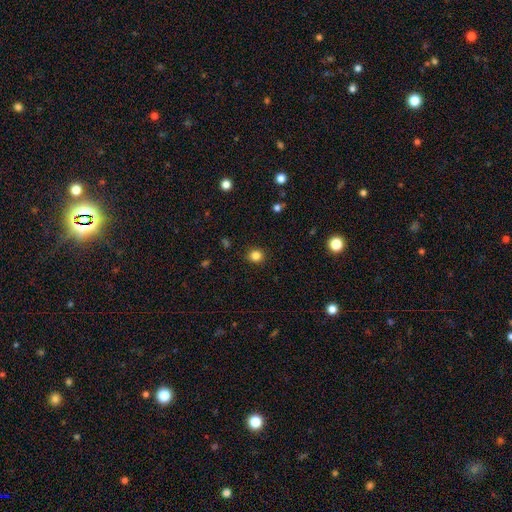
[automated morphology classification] Overall: smooth (83%). How rounded: round (88%). Merging: none (91%).